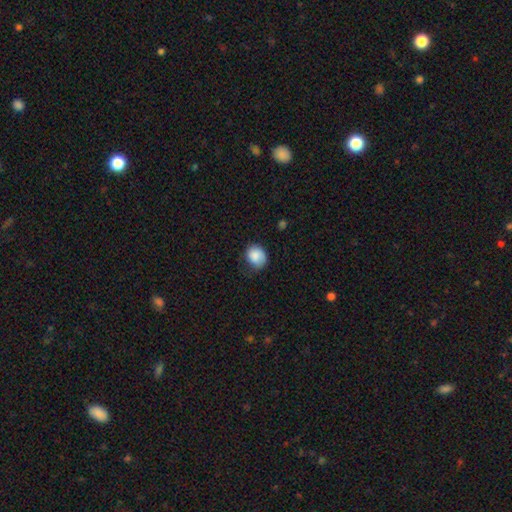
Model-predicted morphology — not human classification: Smooth or featured: smooth — 86% (star or artifact — 7%)
How rounded: round — 68% (in between — 31%)
Merging: none — 61% (minor disturbance — 29%)